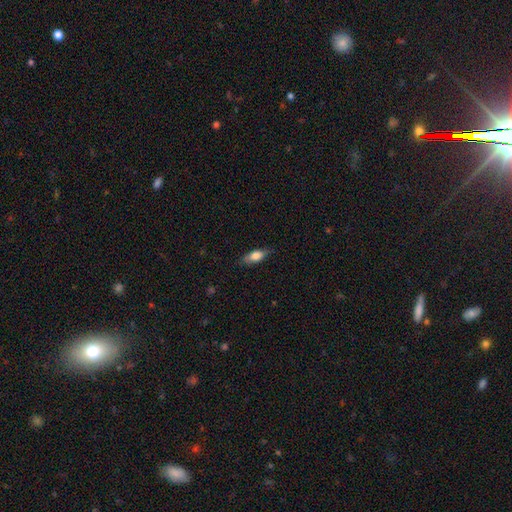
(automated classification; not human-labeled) Smooth or featured? smooth (72%)
How rounded? in between (71%)
Merging? none (81%)